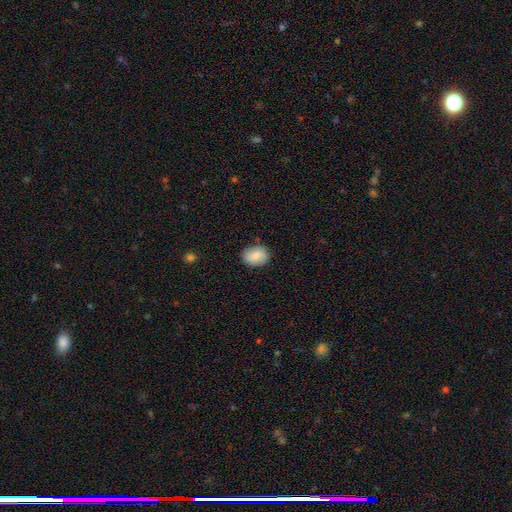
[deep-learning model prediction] smooth-or-featured: smooth: 81% | featured or disk: 11% | star or artifact: 7%
  how-rounded: in between: 58% | round: 40% | cigar-shaped: 1%
  merging: none: 83% | minor disturbance: 13% | major disturbance: 3% | merger: 1%